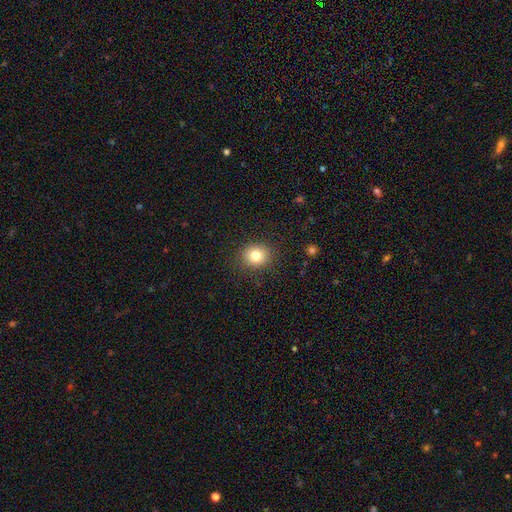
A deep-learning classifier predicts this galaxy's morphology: Smooth or featured? Predicted: smooth (p=0.81). How rounded? Predicted: round (p=0.77). Merging? Predicted: none (p=0.89).